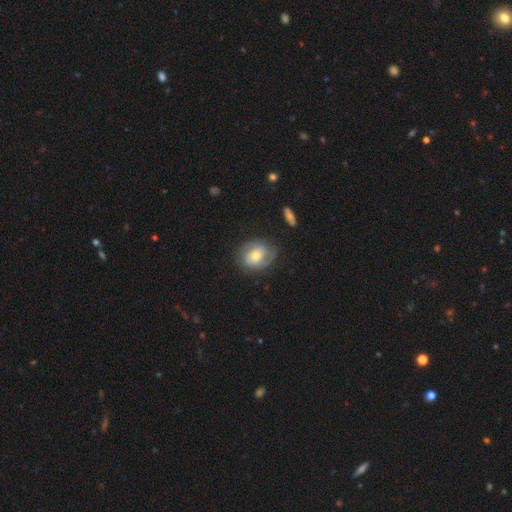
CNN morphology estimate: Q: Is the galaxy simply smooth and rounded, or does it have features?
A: featured or disk — 67%.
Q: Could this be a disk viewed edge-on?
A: no — 96%.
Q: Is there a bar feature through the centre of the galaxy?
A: no — 65%.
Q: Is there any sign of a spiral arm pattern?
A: yes — 85%.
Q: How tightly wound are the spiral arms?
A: tight — 50%.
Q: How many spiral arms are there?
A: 2 — 66%.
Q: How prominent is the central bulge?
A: moderate — 57%.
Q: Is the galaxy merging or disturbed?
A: none — 73%.